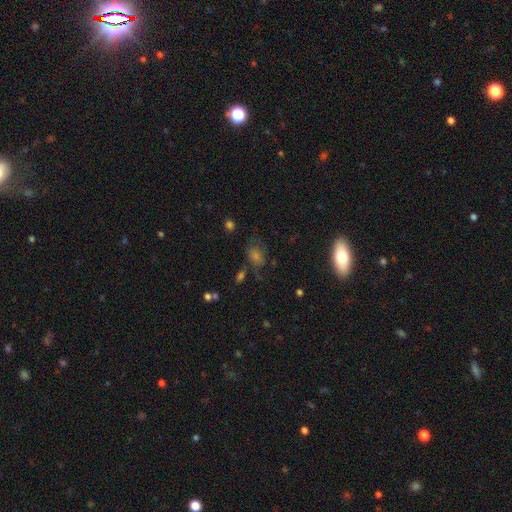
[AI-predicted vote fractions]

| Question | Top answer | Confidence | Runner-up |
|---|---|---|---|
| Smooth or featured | smooth | 48% | star or artifact (26%) |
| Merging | none | 67% | minor disturbance (18%) |